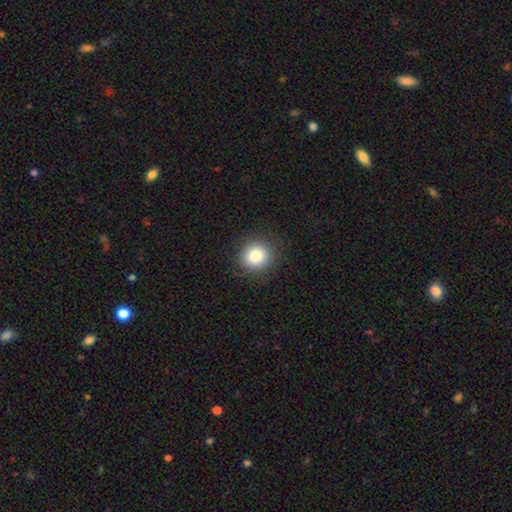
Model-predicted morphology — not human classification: smooth_or_featured: smooth (p=0.84) [alt: star or artifact p=0.10]
how_rounded: round (p=0.88) [alt: in between p=0.11]
merging: none (p=0.89) [alt: minor disturbance p=0.07]